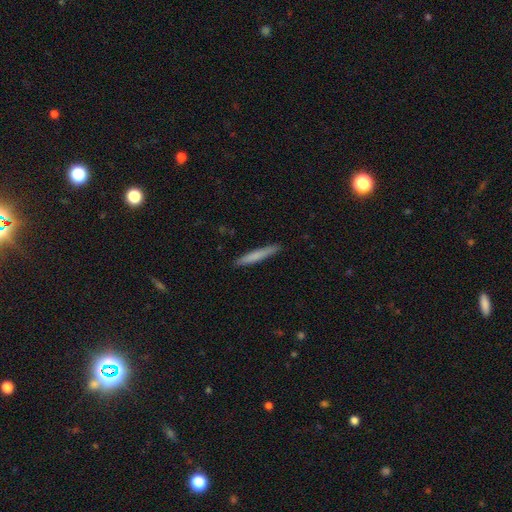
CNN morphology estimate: Overall: smooth (73%). How rounded: cigar-shaped (96%). Merging: none (90%).